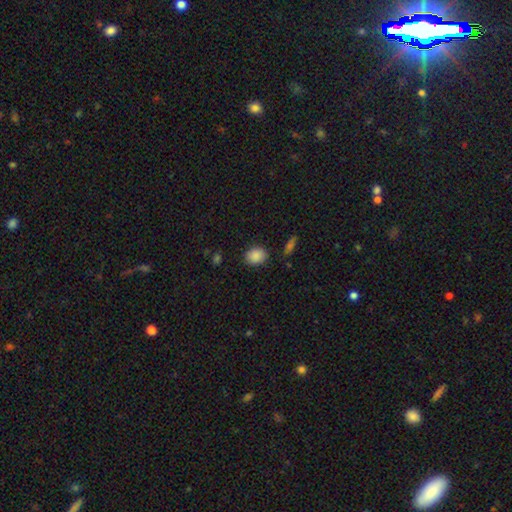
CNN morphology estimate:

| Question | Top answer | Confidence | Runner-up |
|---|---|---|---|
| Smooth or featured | smooth | 87% | star or artifact (8%) |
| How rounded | in between | 55% | round (44%) |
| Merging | none | 85% | minor disturbance (11%) |